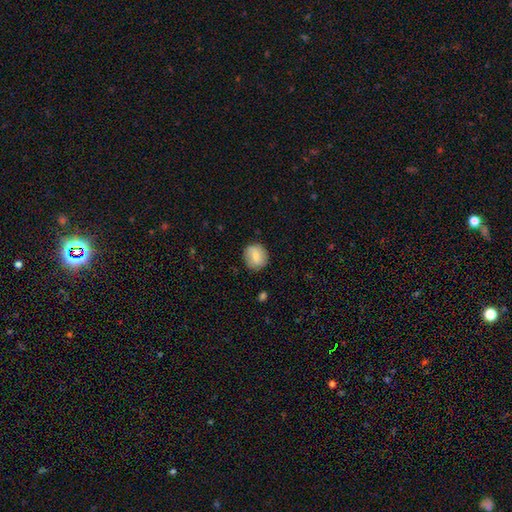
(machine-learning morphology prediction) Overall: smooth (77%). How rounded: round (81%). Merging: none (83%).